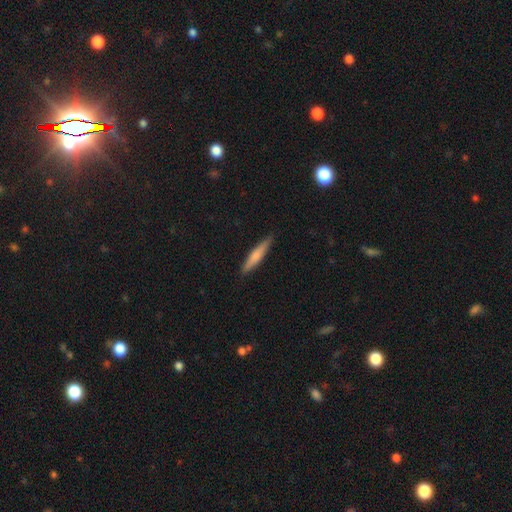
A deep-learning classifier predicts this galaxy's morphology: This appears to be a smooth galaxy with no disk features (67%) that is cigar-shaped (90%). Merging: none (90%).